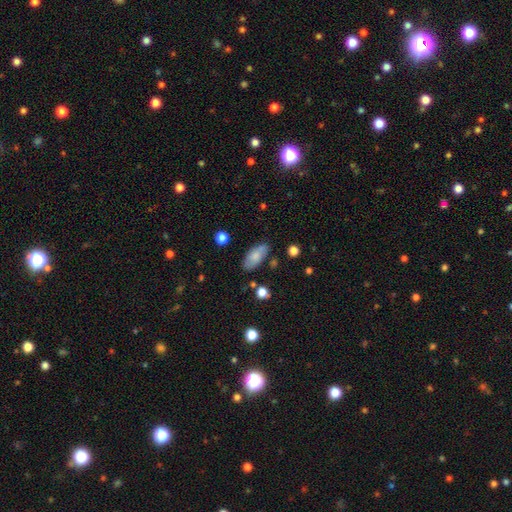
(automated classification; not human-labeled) A smooth galaxy with no disk features (76%) that is in between round and cigar-shaped (88%). Merging: none (78%).